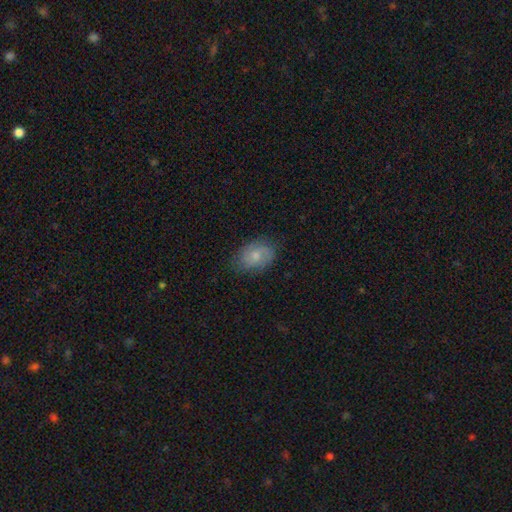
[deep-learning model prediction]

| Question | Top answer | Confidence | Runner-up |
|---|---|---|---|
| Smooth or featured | smooth | 60% | featured or disk (33%) |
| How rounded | in between | 77% | round (21%) |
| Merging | none | 74% | minor disturbance (20%) |